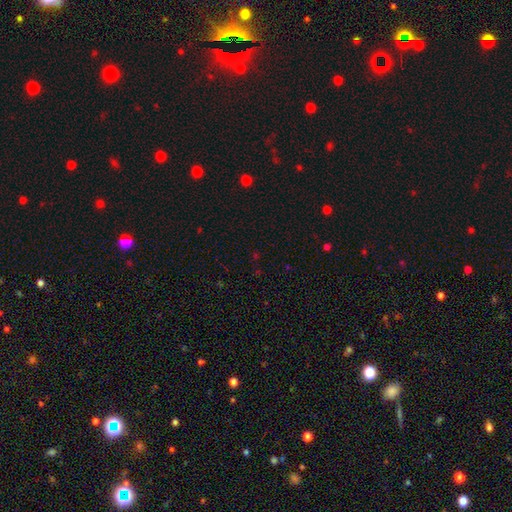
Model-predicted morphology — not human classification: This appears to be a star or artifact, not a galaxy (64%).